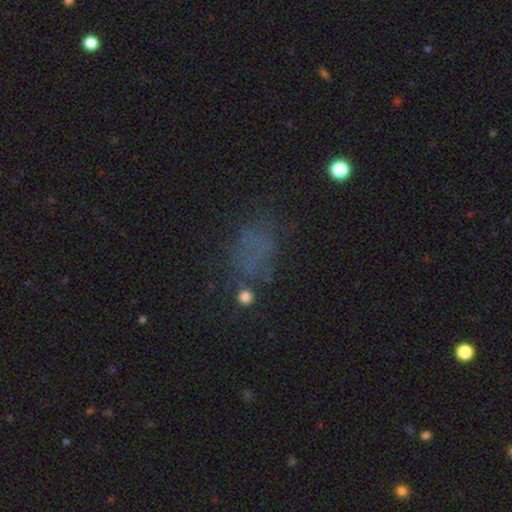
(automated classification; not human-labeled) Smooth or featured: smooth — 50% (star or artifact — 35%)
How rounded: in between — 72% (round — 25%)
Merging: none — 64% (minor disturbance — 17%)